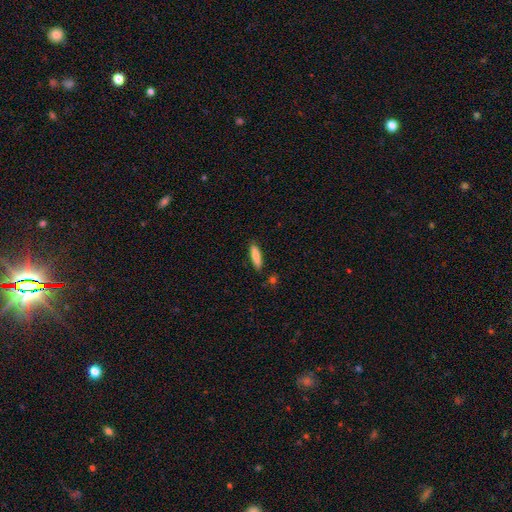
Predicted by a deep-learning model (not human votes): Q: Smooth or featured?
A: smooth (83%); runner-up: featured or disk (11%)
Q: How rounded?
A: cigar-shaped (75%); runner-up: in between (23%)
Q: Merging?
A: none (86%); runner-up: minor disturbance (10%)